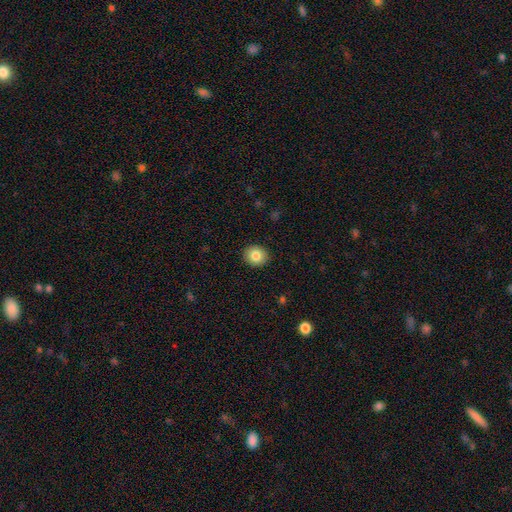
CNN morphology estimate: Smooth or featured? smooth (84%)
How rounded? round (80%)
Merging? none (91%)